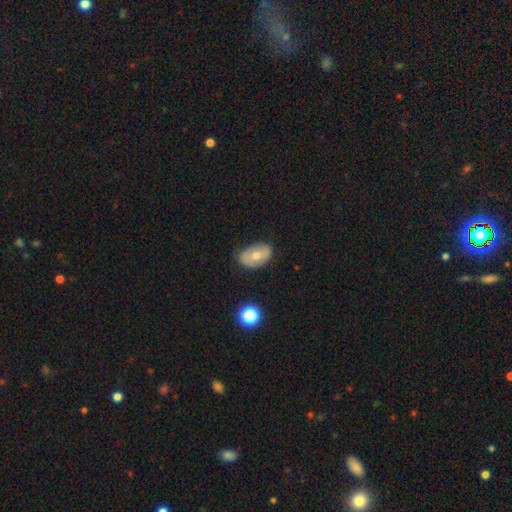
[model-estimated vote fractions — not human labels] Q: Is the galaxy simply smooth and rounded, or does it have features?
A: smooth — 57%.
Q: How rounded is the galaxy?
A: in between — 87%.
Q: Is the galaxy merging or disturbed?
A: none — 74%.